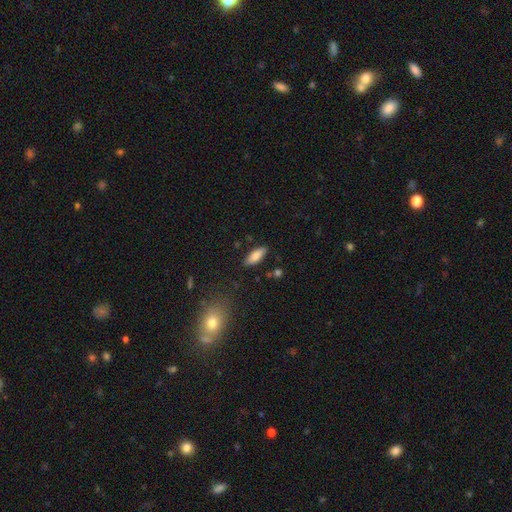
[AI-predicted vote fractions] This appears to be a smooth galaxy with no disk features (80%) that is in between round and cigar-shaped (74%). Merging: none (85%).